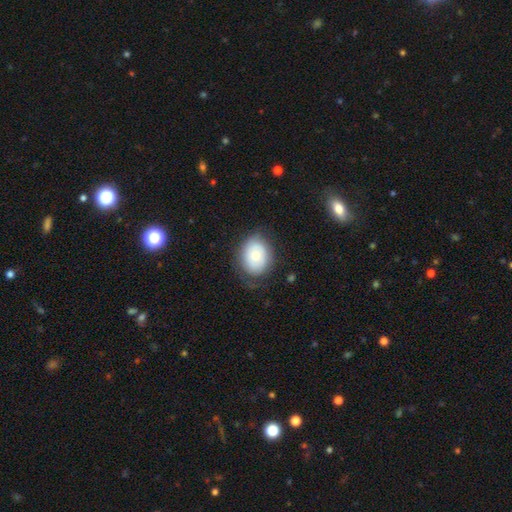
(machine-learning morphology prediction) A smooth galaxy with no disk features (64%) that is in between round and cigar-shaped (56%).

Vote fractions:
- Smooth or featured? smooth: 64% / featured or disk: 29% / star or artifact: 8%
- How rounded? in between: 56% / round: 43% / cigar-shaped: 1%
- Merging? none: 72% / minor disturbance: 19% / major disturbance: 8% / merger: 1%